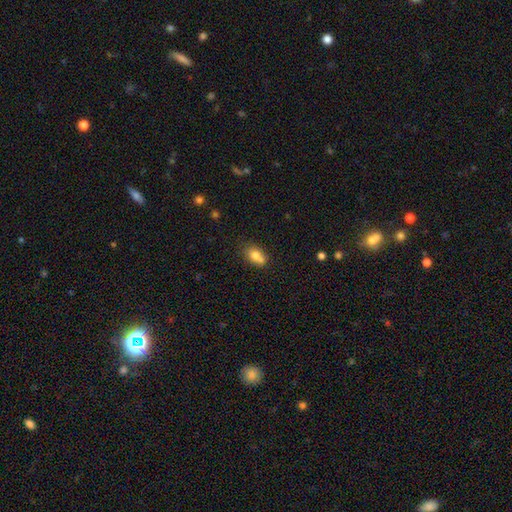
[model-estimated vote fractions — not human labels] Overall: smooth (75%). How rounded: in between (69%). Merging: none (46%; merger 32%).